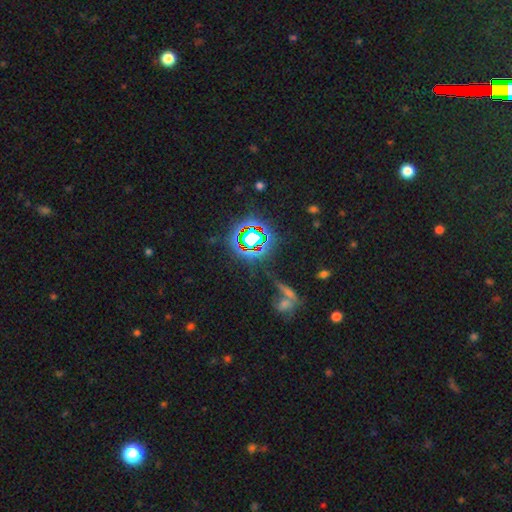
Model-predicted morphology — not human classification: The model was most divided on "smooth or featured": star or artifact: 71%, smooth: 19%, featured or disk: 10%.